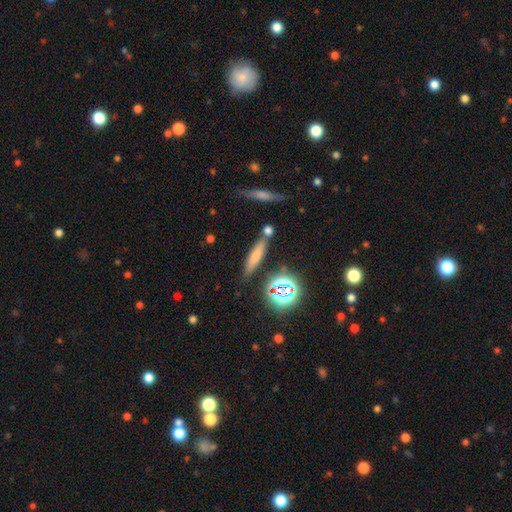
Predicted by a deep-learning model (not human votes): Overall: smooth (65%). How rounded: cigar-shaped (76%). Merging: none (74%).